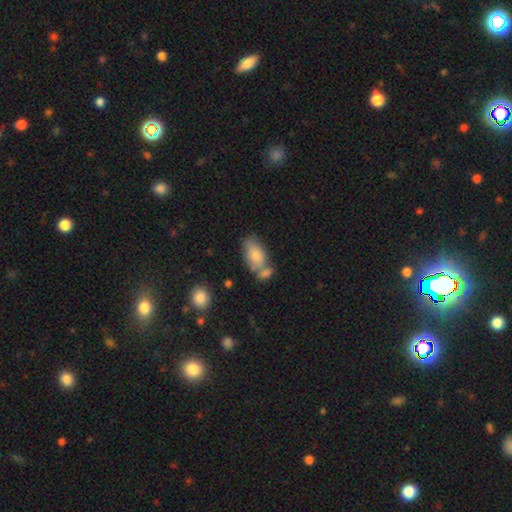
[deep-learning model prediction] The model was most divided on "merging": none: 42%, merger: 36%, minor disturbance: 17%, major disturbance: 6%. More confident: how rounded — in between (92%); smooth or featured — smooth (80%).